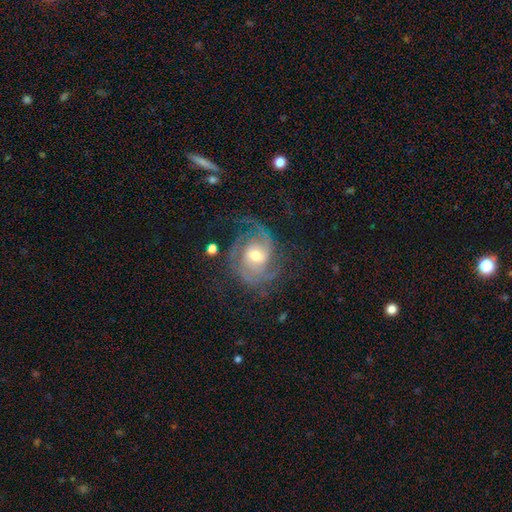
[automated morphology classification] type=featured or disk (86%); edge-on=no (97%); bar=no (51%); spiral arms=yes (96%); winding=medium (44%); arm count=2 (43%); bulge=moderate (66%); merging=none (63%).